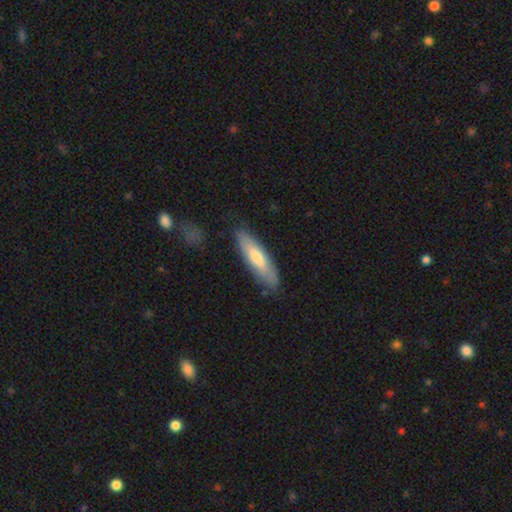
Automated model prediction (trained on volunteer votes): Morphology: type=smooth (62%); roundness=cigar-shaped (63%); merging=none (82%).